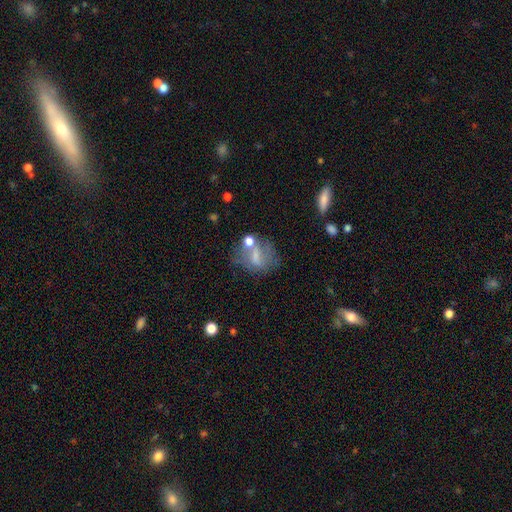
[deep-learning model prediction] Smooth or featured?
  - smooth: 48% *
  - featured or disk: 38%
  - star or artifact: 14%
Merging?
  - none: 38% *
  - major disturbance: 22%
  - minor disturbance: 21%
  - merger: 19%